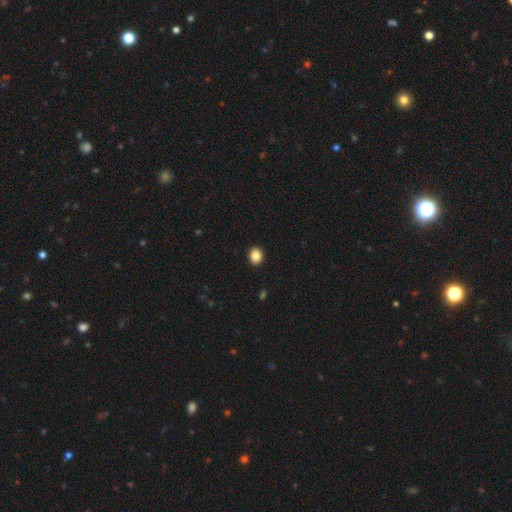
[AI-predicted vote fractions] This is clearly a smooth galaxy (86%). How rounded: likely round (65%). Merging: clearly none (92%).